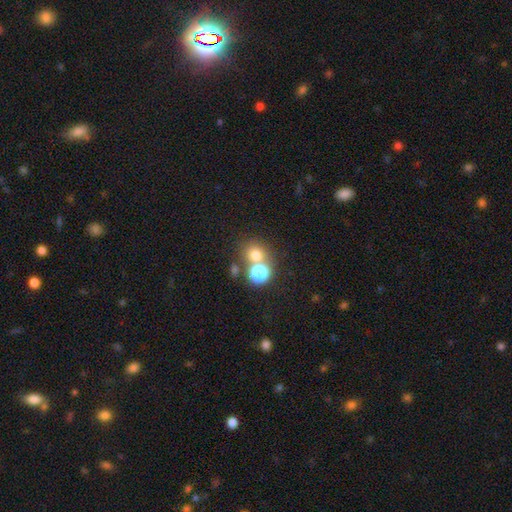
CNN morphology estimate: This is likely a smooth galaxy (71%). How rounded: clearly round (83%). Merging: possibly none (54%).